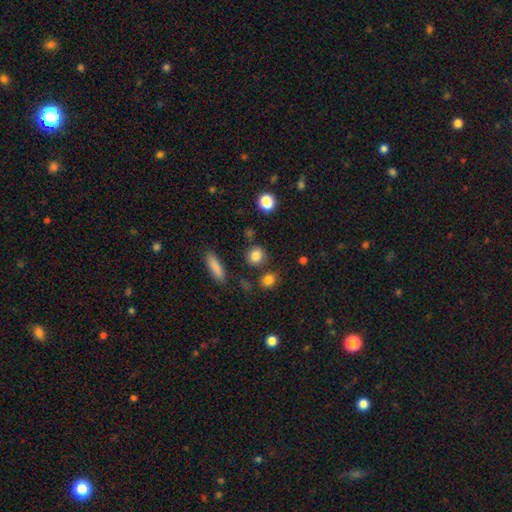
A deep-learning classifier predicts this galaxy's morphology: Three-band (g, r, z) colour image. It shows a smooth galaxy with no disk features (83%) that is round (77%). Merging: none (79%).